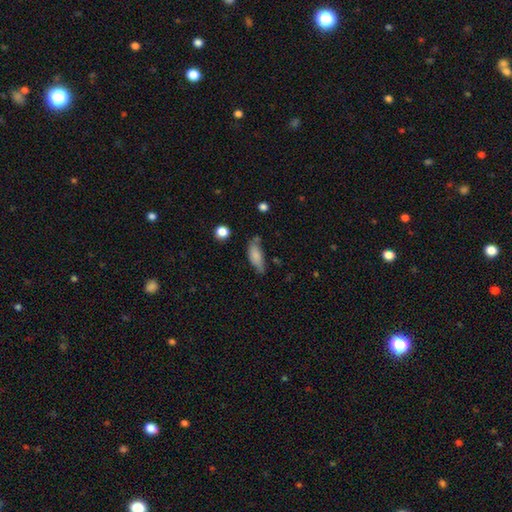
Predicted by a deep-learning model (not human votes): smooth 78%, featured or disk 15%, star or artifact 7%. Down the decision tree: how rounded — in between (71%); merging — none (57%).